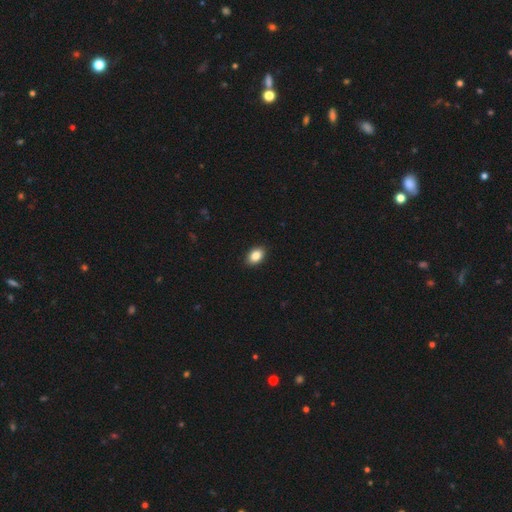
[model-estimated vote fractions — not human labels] Morphology: type=smooth (87%); roundness=in between (86%); merging=none (90%).